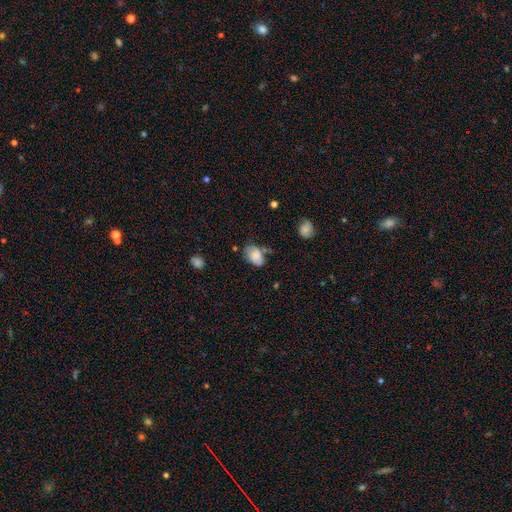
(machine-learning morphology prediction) The model was most divided on "merging": none: 52%, minor disturbance: 31%, major disturbance: 10%, merger: 8%. More confident: how rounded — in between (86%); smooth or featured — smooth (79%).